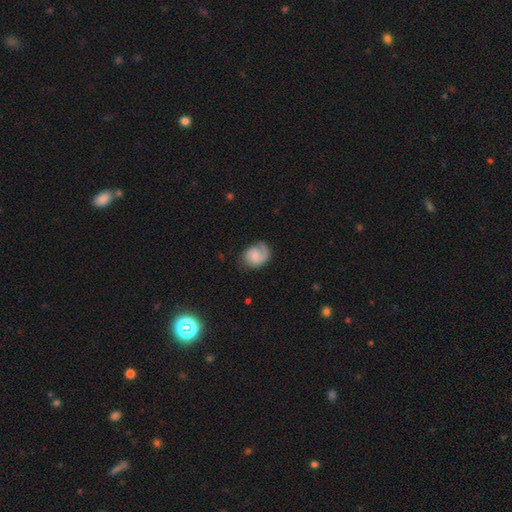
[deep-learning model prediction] A featured or disk galaxy (55%) with no bar (67%), spiral arms (90%) and a small central bulge (45%). Merging: none (59%).